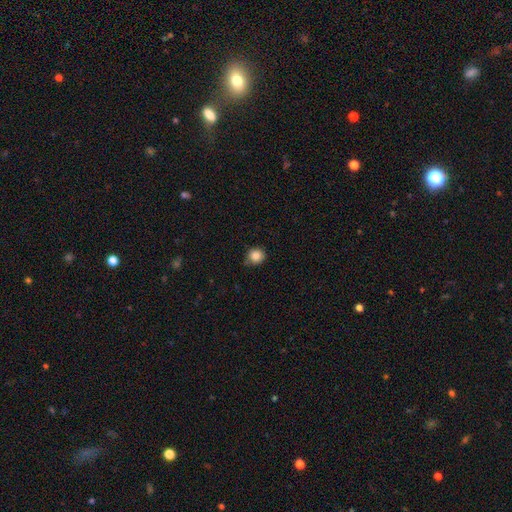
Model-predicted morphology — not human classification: Overall: smooth (84%). How rounded: round (86%). Merging: none (72%).